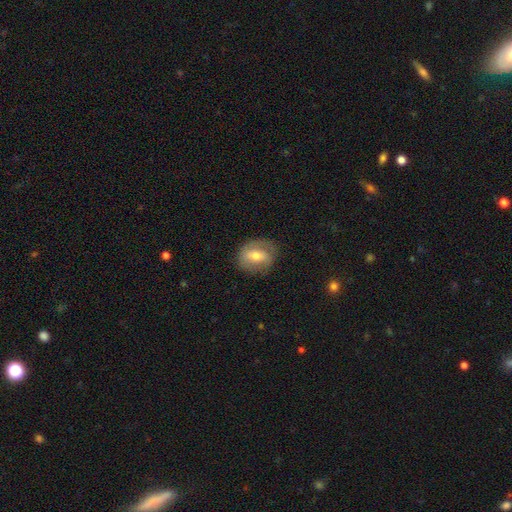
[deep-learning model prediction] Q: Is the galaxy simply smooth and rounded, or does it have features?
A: featured or disk — 49%.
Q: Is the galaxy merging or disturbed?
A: none — 73%.